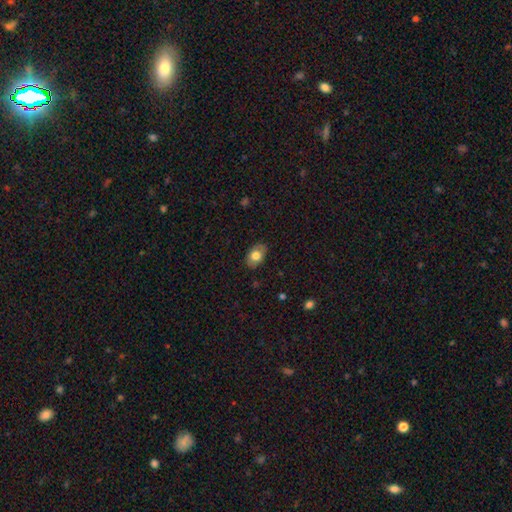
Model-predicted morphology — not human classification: smooth-or-featured: smooth: 73% | featured or disk: 20% | star or artifact: 7%
  how-rounded: in between: 86% | round: 13% | cigar-shaped: 1%
  merging: none: 82% | minor disturbance: 14% | major disturbance: 3% | merger: 1%